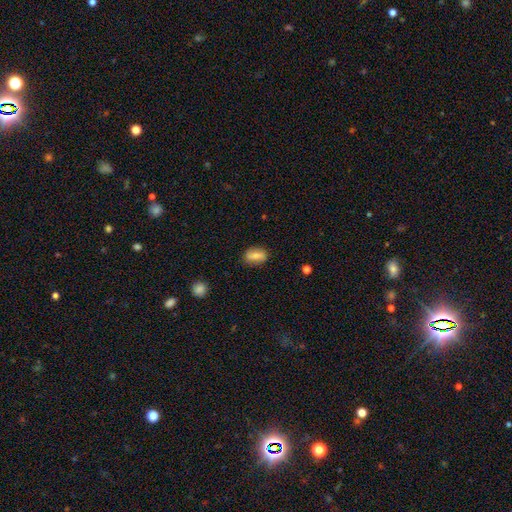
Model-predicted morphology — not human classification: smooth 71%, featured or disk 21%, star or artifact 8%. Down the decision tree: how rounded — in between (83%); merging — none (82%).